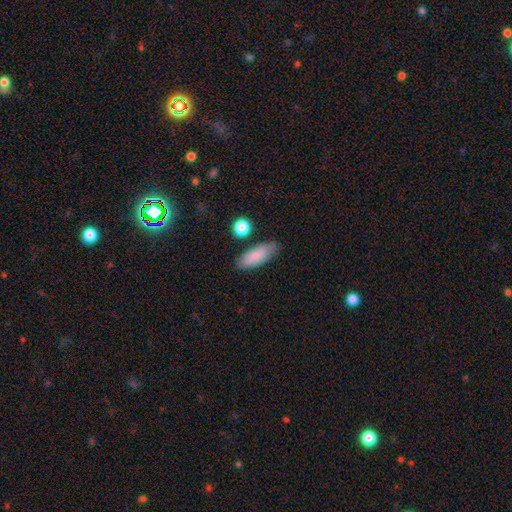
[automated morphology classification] smooth 83%, featured or disk 10%, star or artifact 7%. Down the decision tree: how rounded — in between (73%); merging — none (79%).